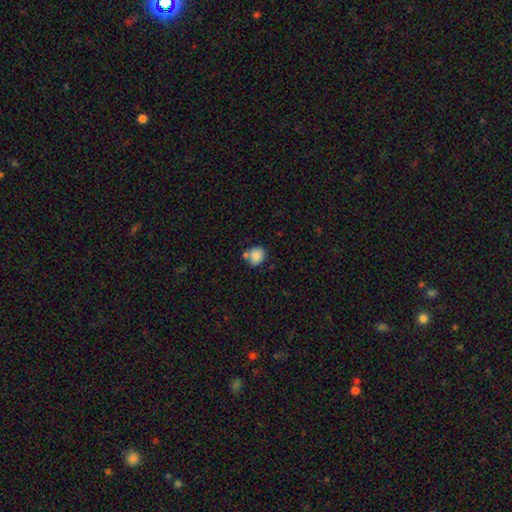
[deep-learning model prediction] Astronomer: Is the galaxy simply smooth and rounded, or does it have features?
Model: smooth — 85%.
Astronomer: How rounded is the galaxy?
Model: round — 75%.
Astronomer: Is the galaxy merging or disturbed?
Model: none — 62%.